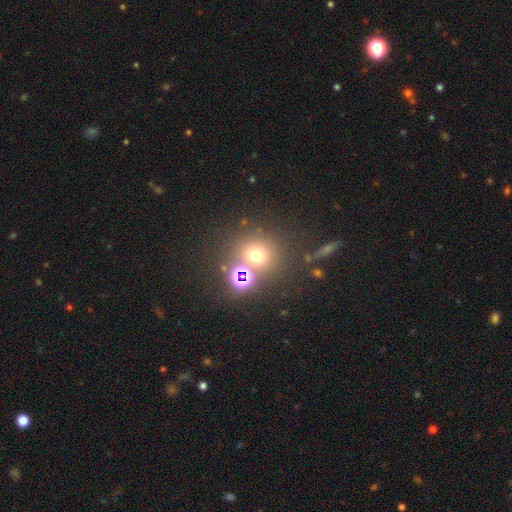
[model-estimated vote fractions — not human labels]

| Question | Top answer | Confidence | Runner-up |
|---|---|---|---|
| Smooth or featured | smooth | 60% | star or artifact (30%) |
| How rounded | round | 88% | in between (11%) |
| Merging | none | 70% | merger (17%) |